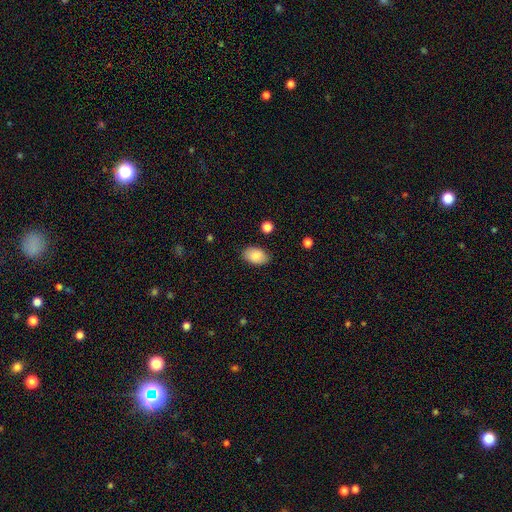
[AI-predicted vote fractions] This is clearly a smooth galaxy (87%). How rounded: clearly in between (90%). Merging: clearly none (85%).